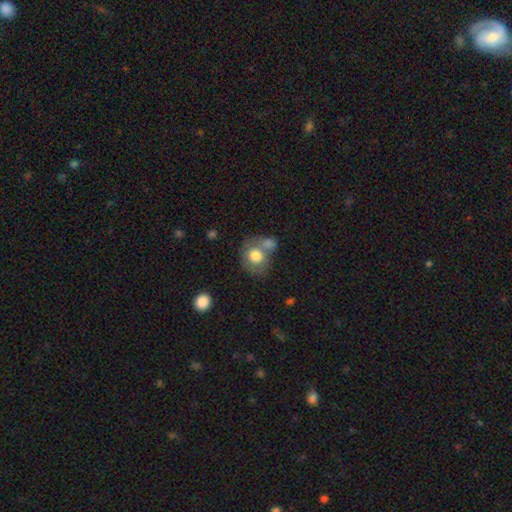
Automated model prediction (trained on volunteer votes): This appears to be a smooth galaxy with no disk features (71%) that is round (69%). Merging: none (42%).